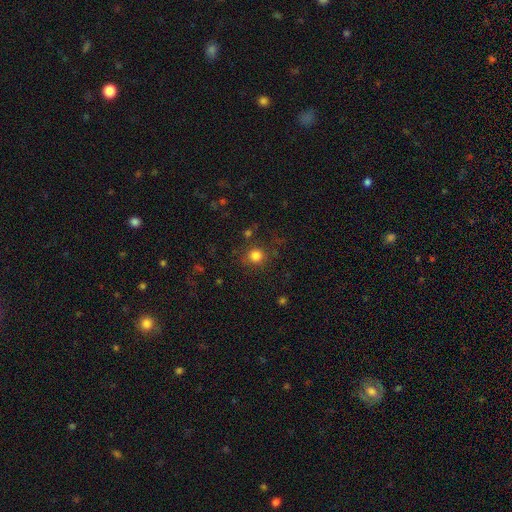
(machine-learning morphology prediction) smooth-or-featured: smooth: 81% | star or artifact: 14% | featured or disk: 5%
  how-rounded: round: 92% | in between: 7% | cigar-shaped: 1%
  merging: none: 85% | minor disturbance: 9% | major disturbance: 4% | merger: 3%